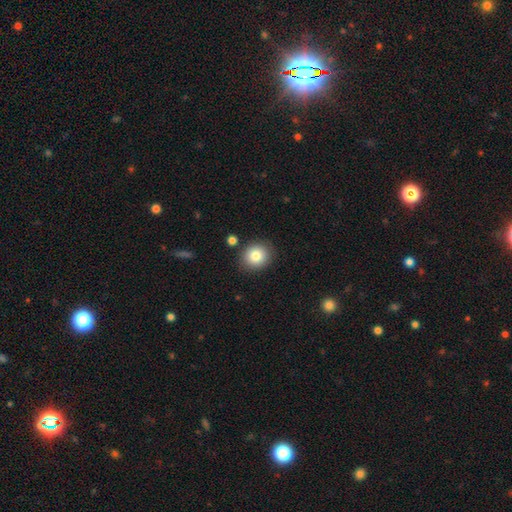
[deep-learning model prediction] A smooth galaxy with no disk features (83%) that is round (78%).

Vote fractions:
- Smooth or featured? smooth: 83% / star or artifact: 9% / featured or disk: 8%
- How rounded? round: 78% / in between: 22% / cigar-shaped: 1%
- Merging? none: 85% / minor disturbance: 9% / merger: 3% / major disturbance: 2%